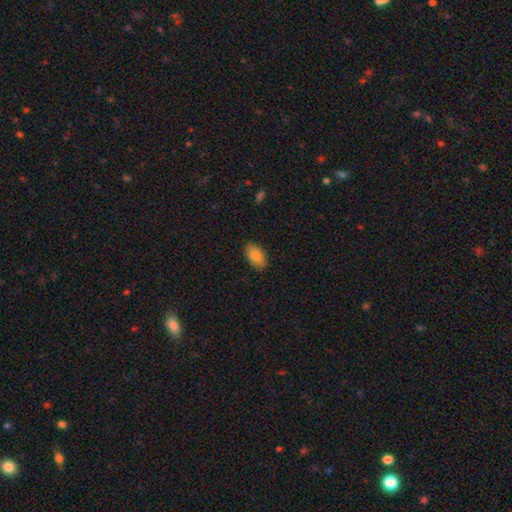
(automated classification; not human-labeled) This appears to be a smooth galaxy with no disk features (82%) that is in between round and cigar-shaped (93%). Merging: none (87%).